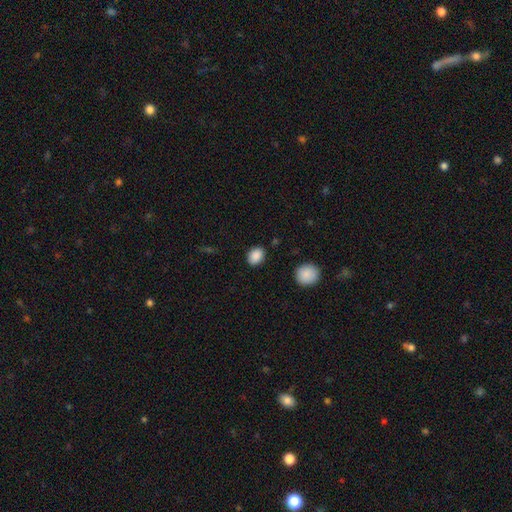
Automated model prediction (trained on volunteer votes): Morphology: type=smooth (88%); roundness=in between (63%); merging=none (86%).